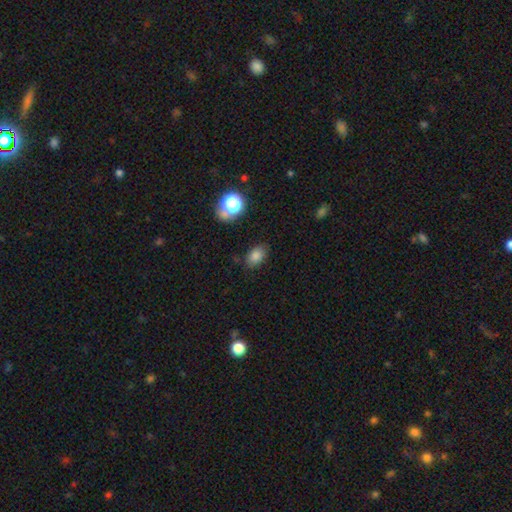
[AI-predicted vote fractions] A smooth galaxy with no disk features (81%) that is in between round and cigar-shaped (82%).

Vote fractions:
- Smooth or featured? smooth: 81% / star or artifact: 13% / featured or disk: 6%
- How rounded? in between: 82% / round: 17% / cigar-shaped: 1%
- Merging? none: 82% / minor disturbance: 13% / major disturbance: 3% / merger: 2%